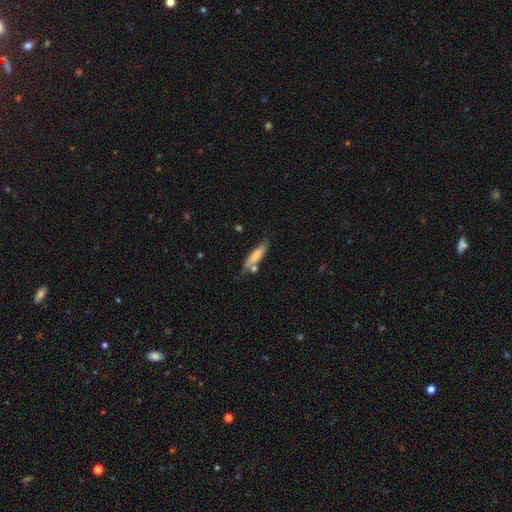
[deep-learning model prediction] This appears to be a smooth galaxy with no disk features (71%) that is cigar-shaped (76%). Merging: none (59%).